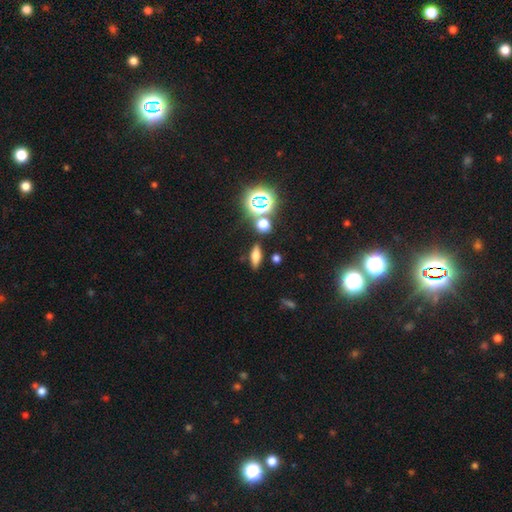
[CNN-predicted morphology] A smooth galaxy with no disk features (57%) that is in between round and cigar-shaped (51%). Merging: none (84%).